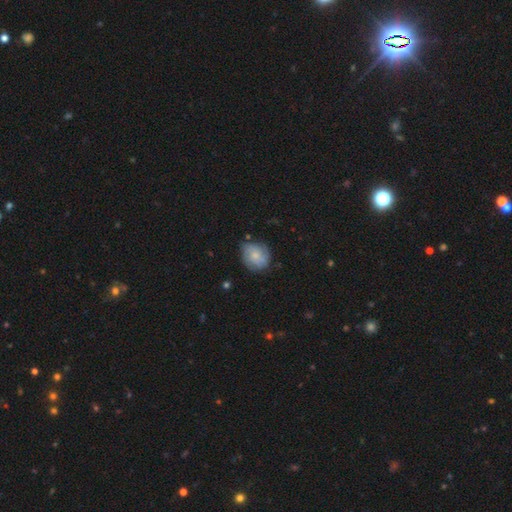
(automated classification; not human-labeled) Smooth or featured: smooth — 63% (featured or disk — 30%)
How rounded: round — 69% (in between — 30%)
Merging: none — 68% (minor disturbance — 24%)